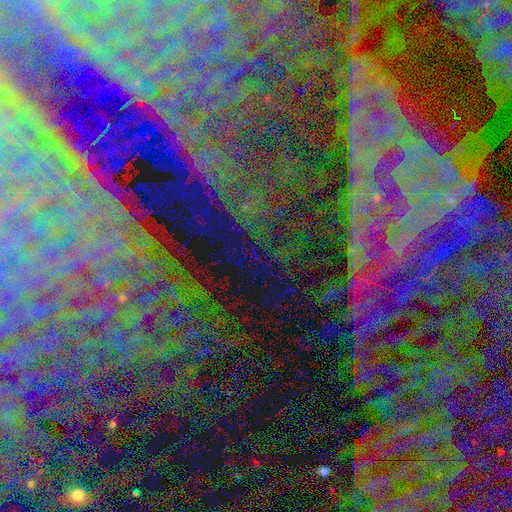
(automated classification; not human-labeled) smooth-or-featured: star or artifact: 78% | smooth: 13% | featured or disk: 9%